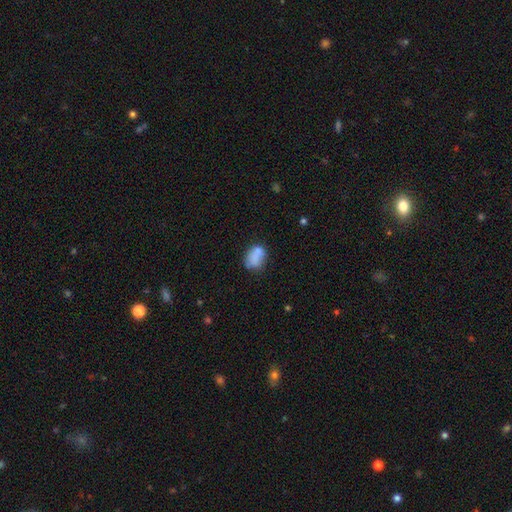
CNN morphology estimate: smooth_or_featured: smooth (p=0.75) [alt: featured or disk p=0.16]
how_rounded: in between (p=0.73) [alt: round p=0.25]
merging: none (p=0.49) [alt: minor disturbance p=0.23]